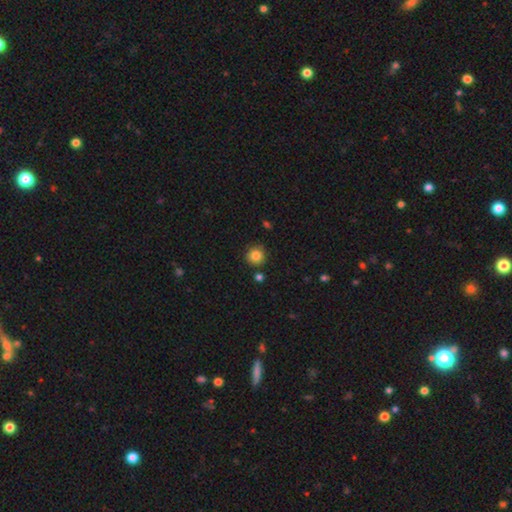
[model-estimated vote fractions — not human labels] smooth 84%, star or artifact 11%, featured or disk 5%. Down the decision tree: how rounded — round (94%); merging — none (87%).